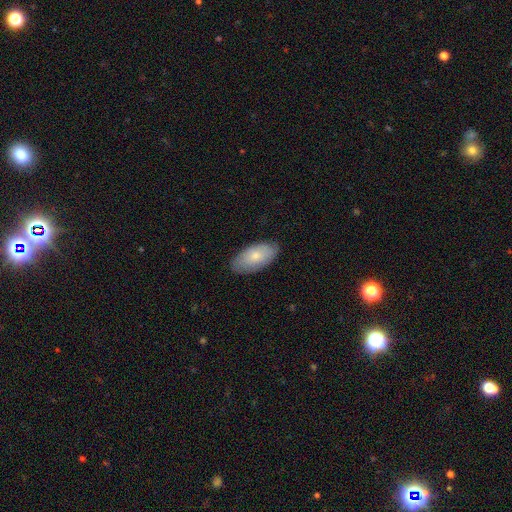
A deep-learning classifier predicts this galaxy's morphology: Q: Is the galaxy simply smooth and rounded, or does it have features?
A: smooth — 75%.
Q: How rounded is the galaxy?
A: in between — 94%.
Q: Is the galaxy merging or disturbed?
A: none — 84%.